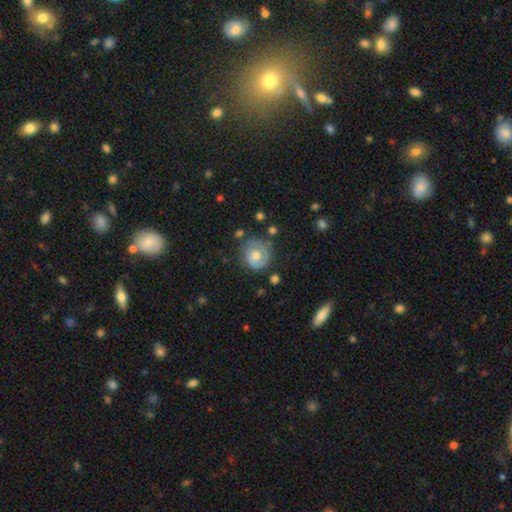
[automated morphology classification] A featured or disk galaxy (58%) with no bar (71%), spiral arms (80%) and a moderate central bulge (69%). Merging: none (69%).